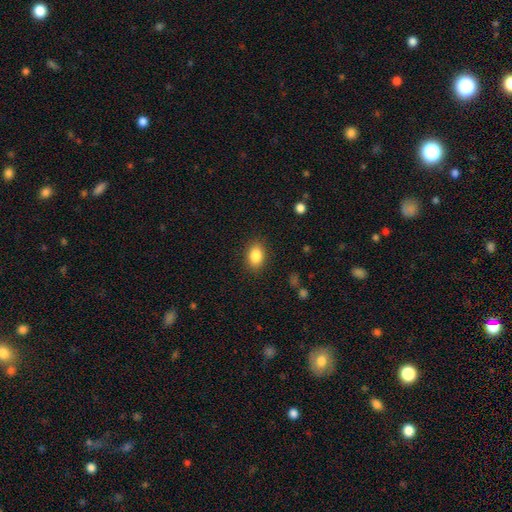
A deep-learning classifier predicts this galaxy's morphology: Overall: smooth (86%). How rounded: in between (82%). Merging: none (87%).